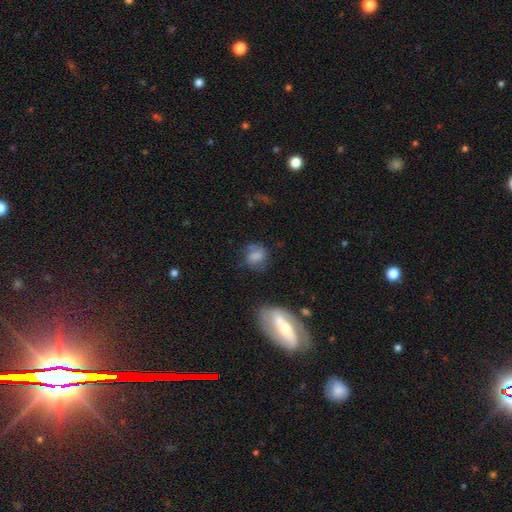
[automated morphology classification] smooth_or_featured: smooth (p=0.63) [alt: featured or disk p=0.26]
how_rounded: round (p=0.49) [tied with: in between p=0.49]
merging: none (p=0.54) [alt: minor disturbance p=0.26]